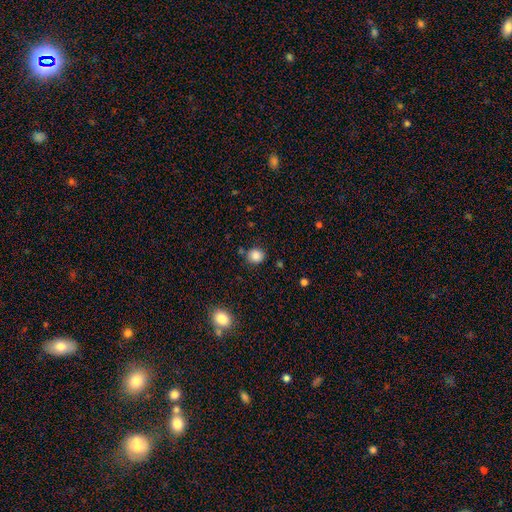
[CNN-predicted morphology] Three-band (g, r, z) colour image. It shows a smooth galaxy with no disk features (86%) that is round (78%). Merging: none (82%).